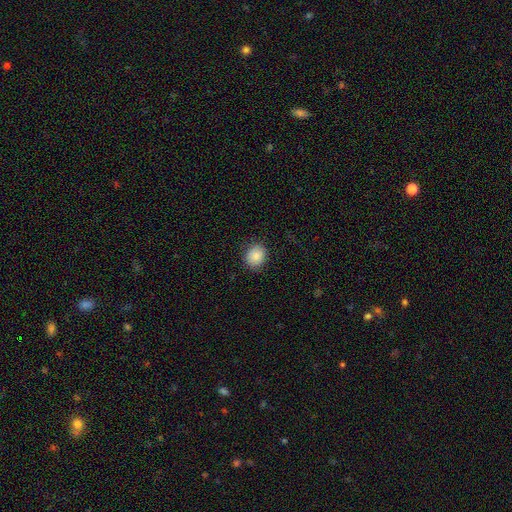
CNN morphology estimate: This is clearly a smooth galaxy (87%). How rounded: likely round (75%). Merging: clearly none (86%).